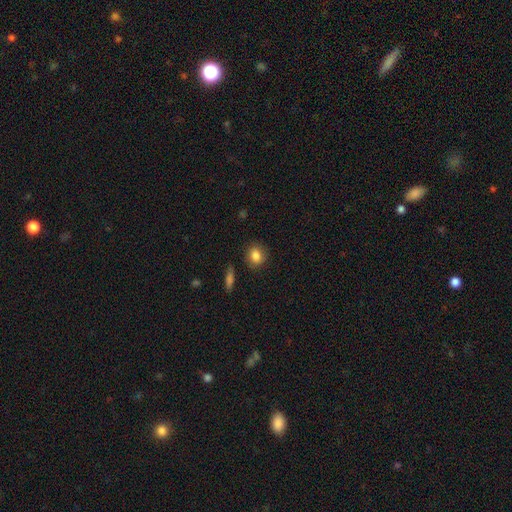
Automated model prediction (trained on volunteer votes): A smooth galaxy with no disk features (84%) that is round (72%).

Vote fractions:
- Smooth or featured? smooth: 84% / star or artifact: 9% / featured or disk: 7%
- How rounded? round: 72% / in between: 26% / cigar-shaped: 1%
- Merging? none: 86% / minor disturbance: 10% / major disturbance: 3% / merger: 2%